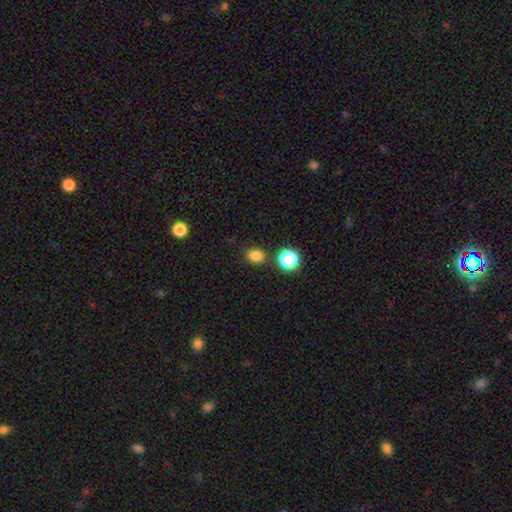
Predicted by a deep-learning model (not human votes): smooth-or-featured: smooth: 81% | star or artifact: 15% | featured or disk: 4%
  how-rounded: round: 57% | in between: 42% | cigar-shaped: 1%
  merging: none: 80% | minor disturbance: 12% | merger: 5% | major disturbance: 3%